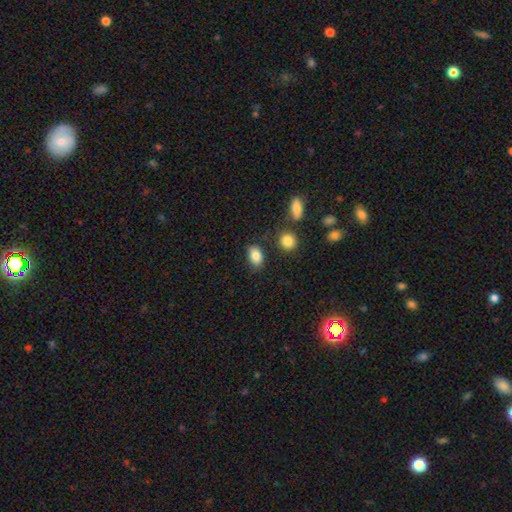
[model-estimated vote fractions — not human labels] A smooth galaxy with no disk features (84%) that is in between round and cigar-shaped (82%).

Vote fractions:
- Smooth or featured? smooth: 84% / star or artifact: 9% / featured or disk: 7%
- How rounded? in between: 82% / round: 16% / cigar-shaped: 2%
- Merging? none: 77% / minor disturbance: 15% / merger: 5% / major disturbance: 4%